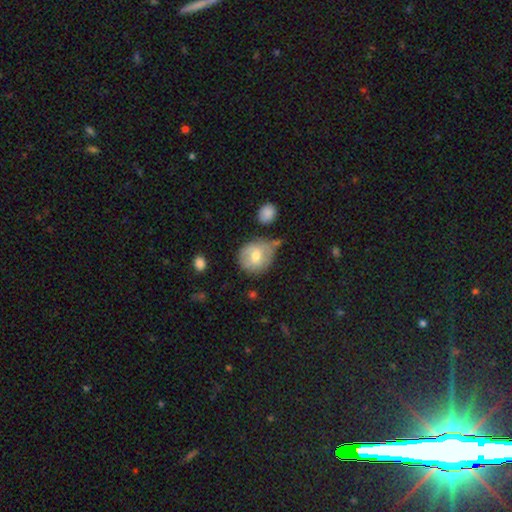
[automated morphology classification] smooth 64%, featured or disk 29%, star or artifact 7%. Down the decision tree: how rounded — round (78%); merging — none (50%).